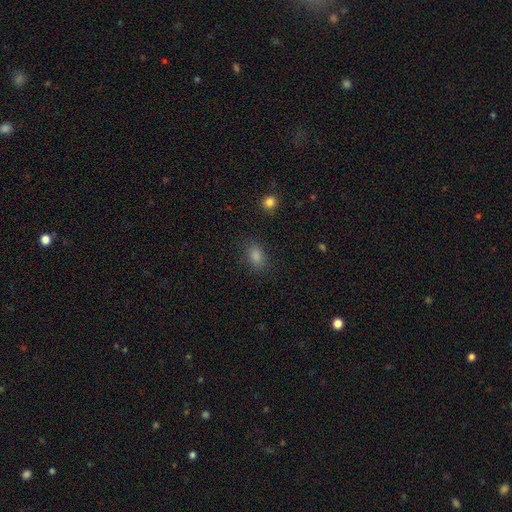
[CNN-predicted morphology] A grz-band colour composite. It shows a smooth galaxy with no disk features (78%) that is in between round and cigar-shaped (74%). Merging: none (85%).